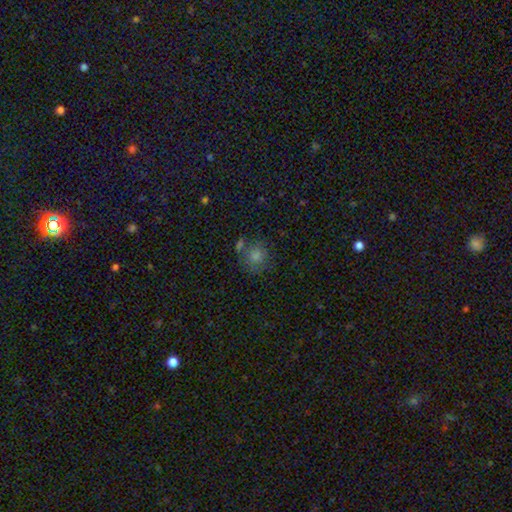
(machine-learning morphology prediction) smooth 77%, star or artifact 12%, featured or disk 11%. Down the decision tree: how rounded — round (81%); merging — none (57%).